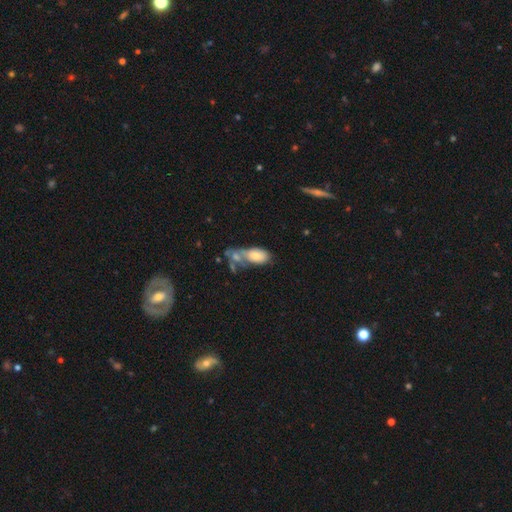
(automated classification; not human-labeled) Smooth or featured? Predicted: smooth (p=0.71). How rounded? Predicted: in between (p=0.90). Merging? Predicted: merger (p=0.50).